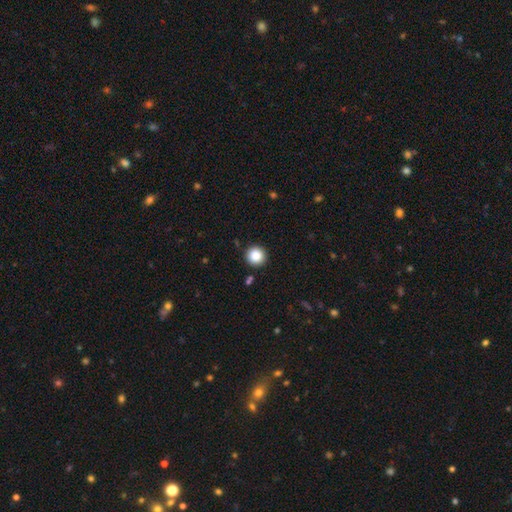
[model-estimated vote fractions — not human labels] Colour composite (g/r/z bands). It shows a smooth galaxy with no disk features (87%) that is round (96%). Merging: none (91%).